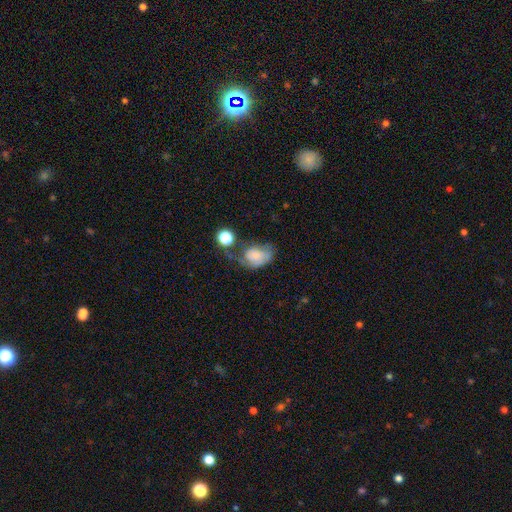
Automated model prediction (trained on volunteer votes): A smooth galaxy with no disk features (64%) that is in between round and cigar-shaped (75%). Merging: major disturbance (34%).